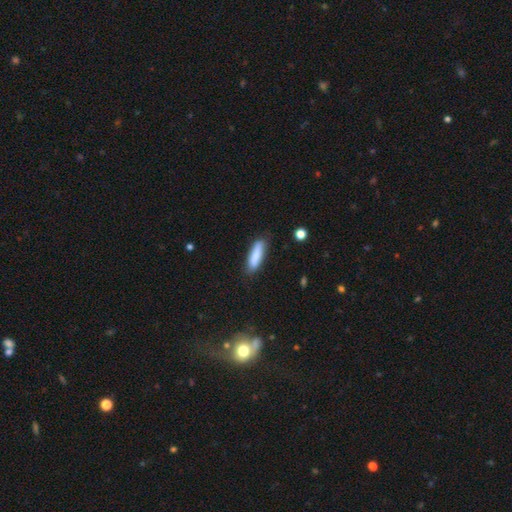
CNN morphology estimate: Smooth or featured?
  - smooth: 84% *
  - featured or disk: 10%
  - star or artifact: 6%
How rounded?
  - cigar-shaped: 66% *
  - in between: 33%
  - round: 1%
Merging?
  - none: 82% *
  - minor disturbance: 14%
  - major disturbance: 3%
  - merger: 2%